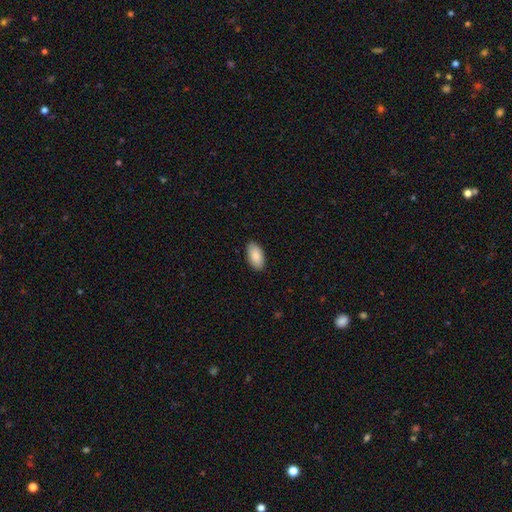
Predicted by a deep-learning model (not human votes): Q: Smooth or featured?
A: smooth (89%); runner-up: star or artifact (6%)
Q: How rounded?
A: in between (95%); runner-up: cigar-shaped (3%)
Q: Merging?
A: none (89%); runner-up: minor disturbance (8%)